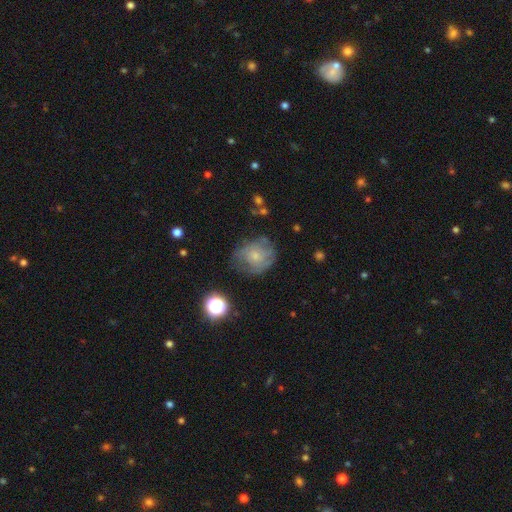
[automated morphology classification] Smooth or featured?
  - smooth: 45% *
  - featured or disk: 44%
  - star or artifact: 11%
Merging?
  - none: 53% *
  - minor disturbance: 27%
  - major disturbance: 18%
  - merger: 2%